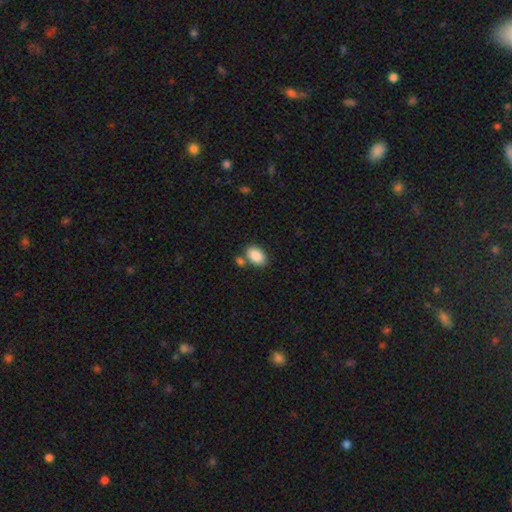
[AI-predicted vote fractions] smooth-or-featured: smooth: 88% | star or artifact: 7% | featured or disk: 5%
  how-rounded: in between: 90% | round: 9% | cigar-shaped: 1%
  merging: none: 70% | merger: 15% | minor disturbance: 12% | major disturbance: 3%